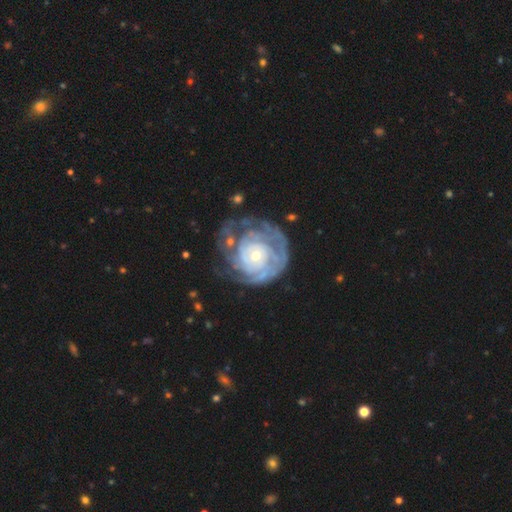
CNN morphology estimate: The model was most divided on "bulge size": small: 61%, moderate: 34%, large: 3%, none: 1%, dominant: 1%. Remaining: edge-on disk — no (97%); spiral arms — yes (89%); smooth or featured — featured or disk (84%); bar — no (80%); spiral winding — tight (80%); merging — none (57%); spiral arm count — can't tell (48%).